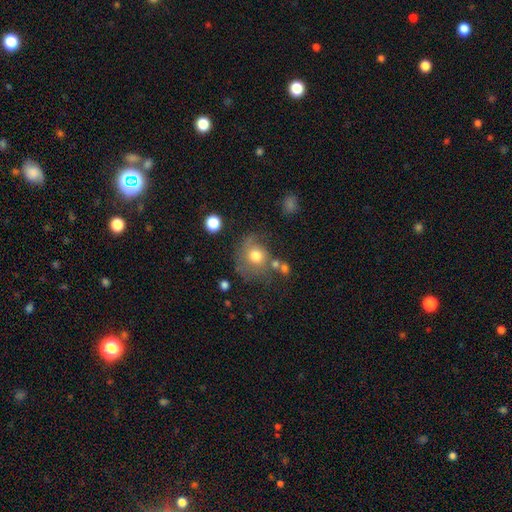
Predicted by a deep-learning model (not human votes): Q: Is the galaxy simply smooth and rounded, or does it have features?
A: smooth — 69%.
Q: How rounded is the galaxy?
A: round — 78%.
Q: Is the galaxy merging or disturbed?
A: none — 49%.